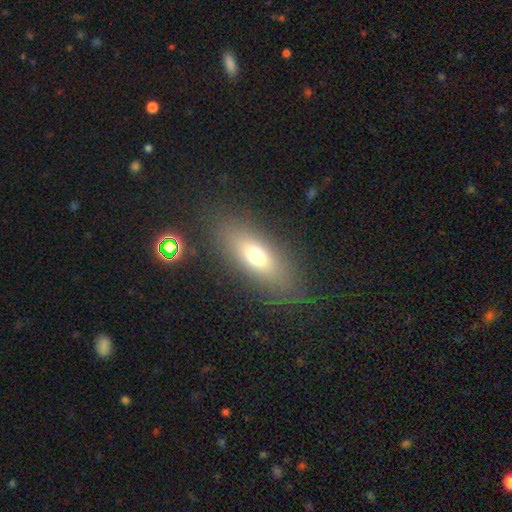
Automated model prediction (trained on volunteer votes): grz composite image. It shows a smooth galaxy with no disk features (66%) that is in between round and cigar-shaped (71%). Merging: none (80%).